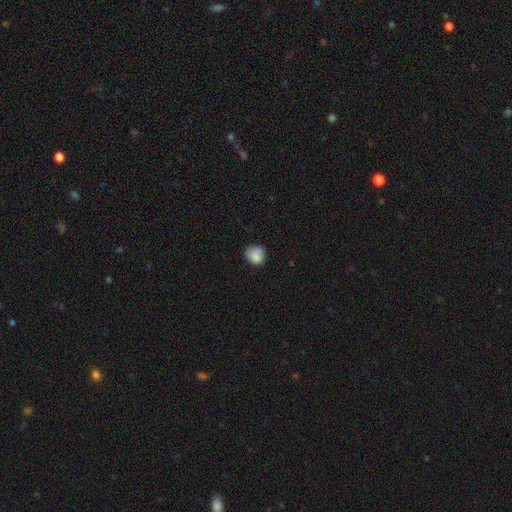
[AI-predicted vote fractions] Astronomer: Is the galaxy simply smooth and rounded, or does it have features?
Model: smooth — 86%.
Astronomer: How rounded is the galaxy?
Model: round — 75%.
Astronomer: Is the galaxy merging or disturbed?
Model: none — 70%.